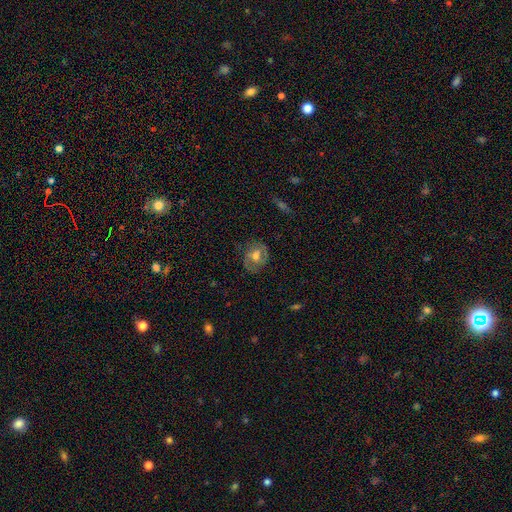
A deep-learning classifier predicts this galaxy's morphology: Smooth or featured? featured or disk (61%)
Edge-on disk? no (96%)
Bar? no (47%)
Spiral arms? yes (77%)
Bulge size? moderate (69%)
Merging? none (72%)